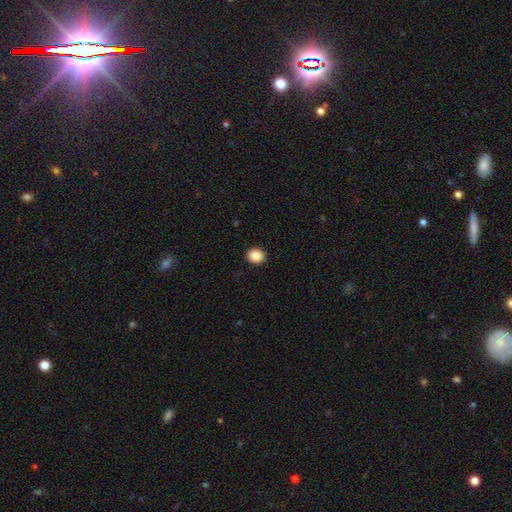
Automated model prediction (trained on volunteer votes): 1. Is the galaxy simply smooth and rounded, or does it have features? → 87% smooth, 9% star or artifact, 4% featured or disk.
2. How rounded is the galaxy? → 76% round, 23% in between, 1% cigar-shaped.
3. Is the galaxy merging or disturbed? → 92% none, 5% minor disturbance, 2% major disturbance, 1% merger.